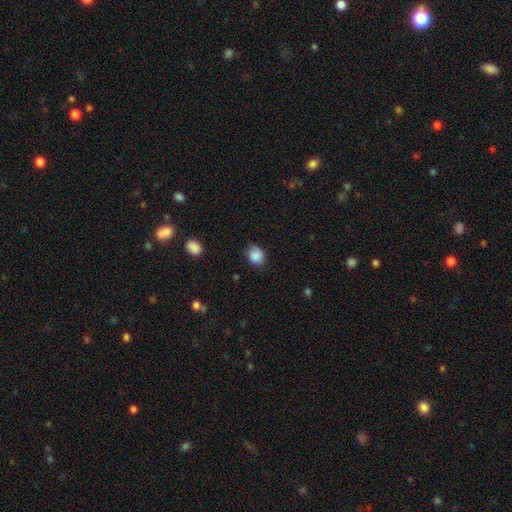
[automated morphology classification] The model was most divided on "how rounded": round: 62%, in between: 37%, cigar-shaped: 1%. More confident: smooth or featured — smooth (88%); merging — none (76%).